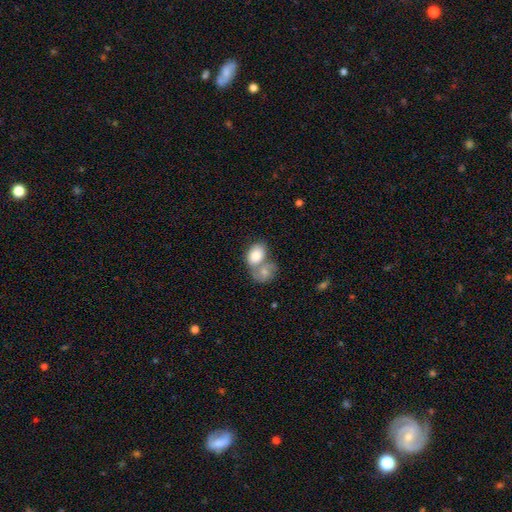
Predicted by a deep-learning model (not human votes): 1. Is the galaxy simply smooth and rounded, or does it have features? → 79% smooth, 15% featured or disk, 6% star or artifact.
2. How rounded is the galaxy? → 78% in between, 20% round, 1% cigar-shaped.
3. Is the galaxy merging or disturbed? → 63% merger, 24% none, 9% minor disturbance, 5% major disturbance.